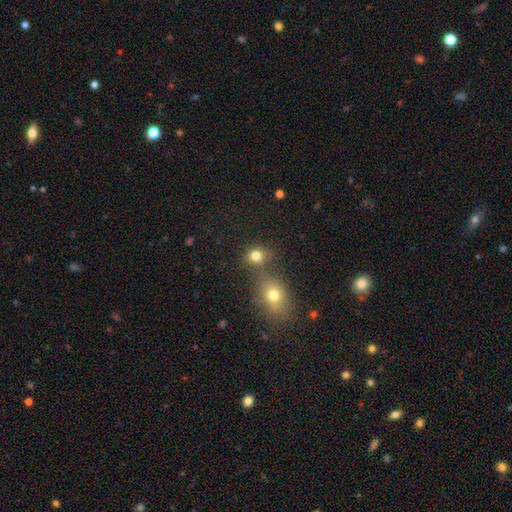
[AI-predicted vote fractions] Smooth or featured?
  - smooth: 78% *
  - star or artifact: 14%
  - featured or disk: 8%
How rounded?
  - round: 67% *
  - in between: 32%
  - cigar-shaped: 1%
Merging?
  - none: 56% *
  - merger: 31%
  - minor disturbance: 9%
  - major disturbance: 4%